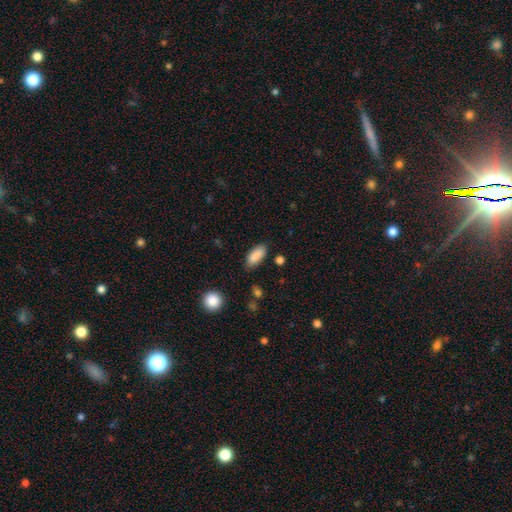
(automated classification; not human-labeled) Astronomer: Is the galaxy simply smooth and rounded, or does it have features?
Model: smooth — 88%.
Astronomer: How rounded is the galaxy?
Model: in between — 85%.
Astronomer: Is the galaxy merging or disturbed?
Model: none — 81%.